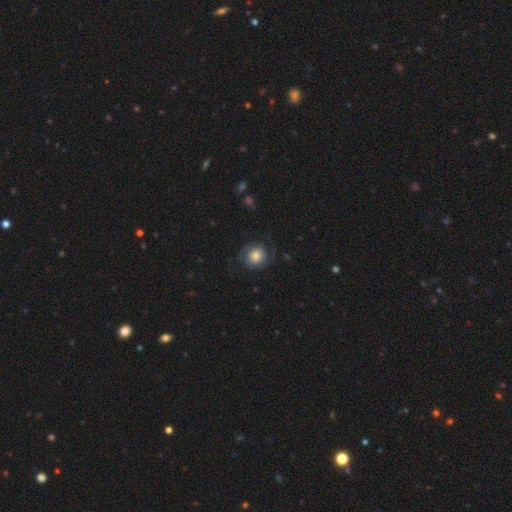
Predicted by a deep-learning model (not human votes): A featured or disk galaxy (68%) with no bar (79%), 2 (89%) medium (42%) spiral arms (93%) and a moderate central bulge (47%). Merging: none (74%).